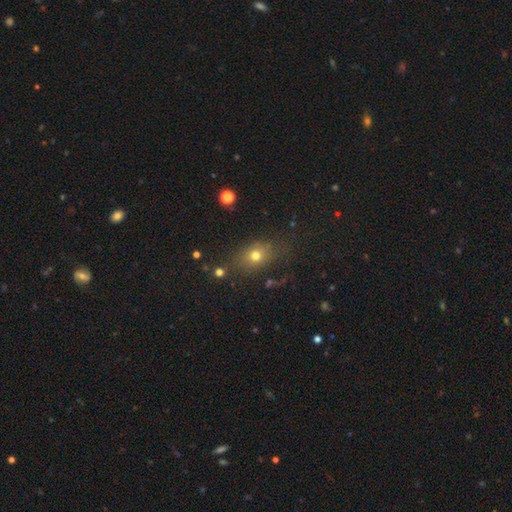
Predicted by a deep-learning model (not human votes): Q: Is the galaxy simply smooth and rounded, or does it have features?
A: smooth — 70%.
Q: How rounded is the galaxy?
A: in between — 57%.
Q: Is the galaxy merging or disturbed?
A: none — 72%.